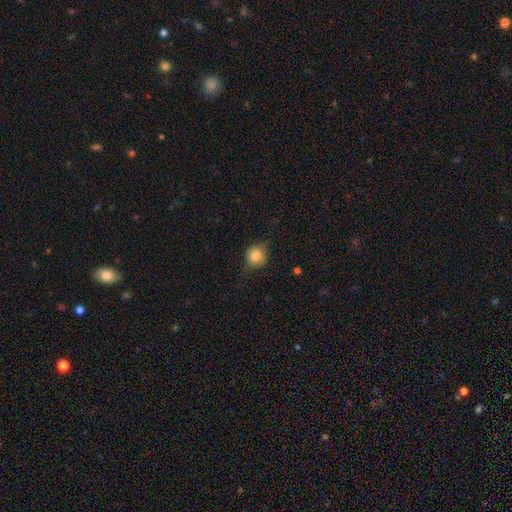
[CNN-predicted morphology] Smooth or featured? Predicted: smooth (p=0.79). How rounded? Predicted: round (p=0.81). Merging? Predicted: none (p=0.71).